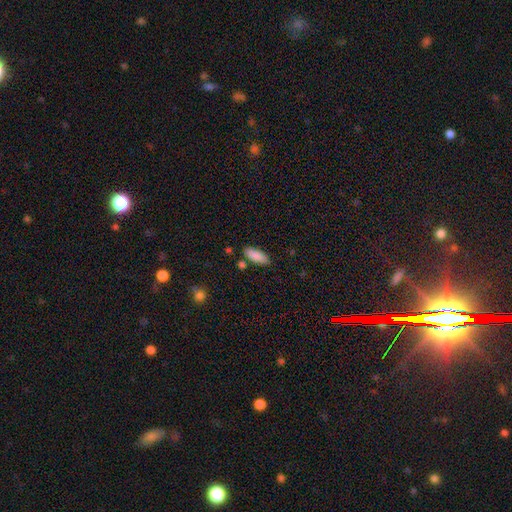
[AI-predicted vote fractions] This appears to be a smooth galaxy with no disk features (87%) that is in between round and cigar-shaped (73%). Merging: none (81%).